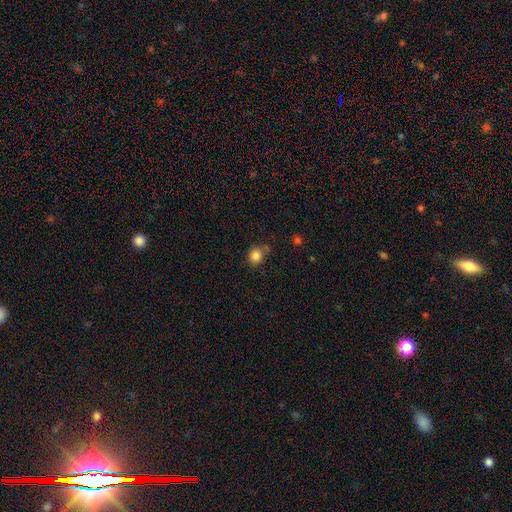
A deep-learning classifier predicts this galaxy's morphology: Smooth or featured? smooth (84%)
How rounded? round (76%)
Merging? none (68%)